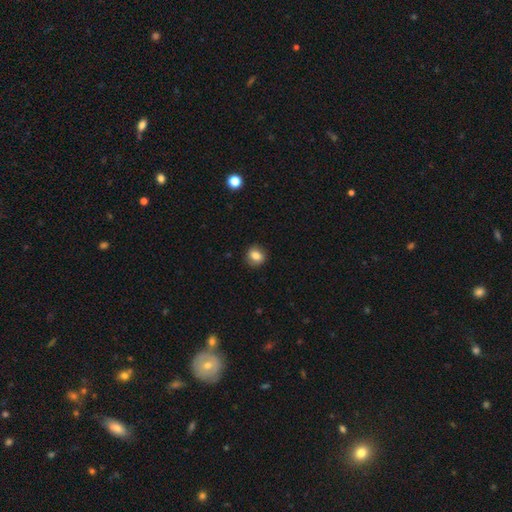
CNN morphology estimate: smooth-or-featured: smooth: 79% | featured or disk: 11% | star or artifact: 10%
  how-rounded: round: 67% | in between: 31% | cigar-shaped: 1%
  merging: none: 86% | minor disturbance: 10% | major disturbance: 3% | merger: 1%